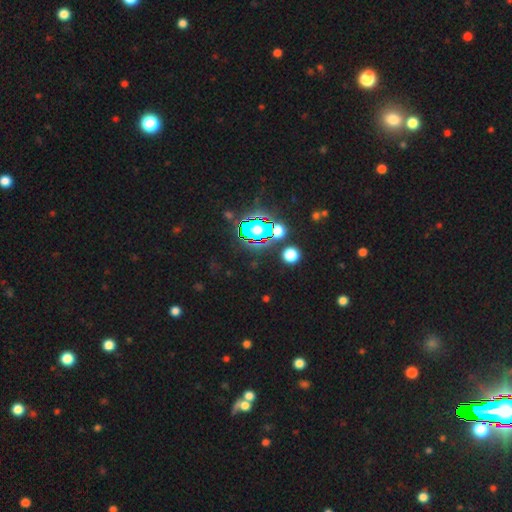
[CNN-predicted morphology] type=star or artifact (82%).